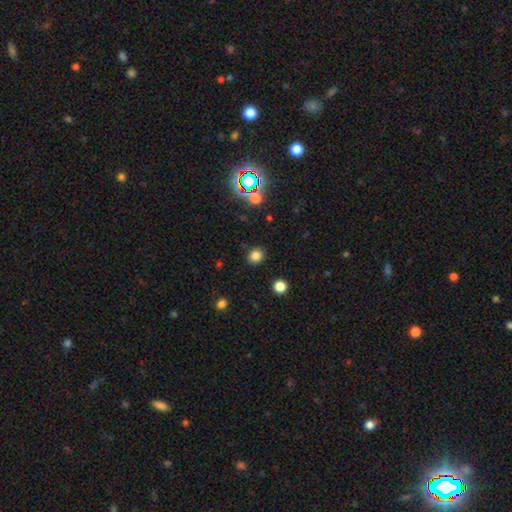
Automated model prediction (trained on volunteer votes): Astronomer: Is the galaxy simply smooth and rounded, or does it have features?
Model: smooth — 79%.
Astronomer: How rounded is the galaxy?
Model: round — 74%.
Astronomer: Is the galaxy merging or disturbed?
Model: none — 89%.